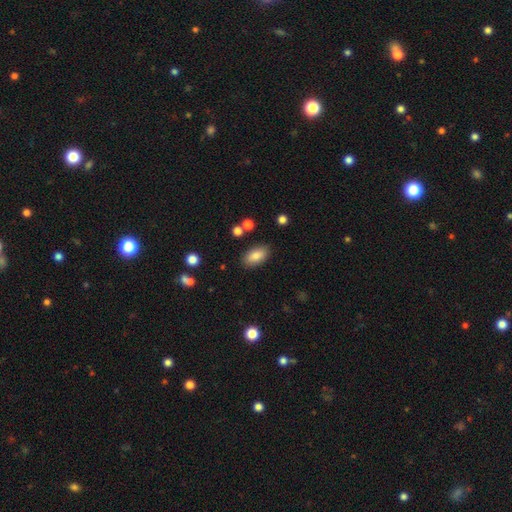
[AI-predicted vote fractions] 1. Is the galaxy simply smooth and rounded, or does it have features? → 83% smooth, 9% featured or disk, 8% star or artifact.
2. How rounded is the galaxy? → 91% in between, 4% cigar-shaped, 4% round.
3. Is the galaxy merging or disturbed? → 85% none, 10% minor disturbance, 3% merger, 3% major disturbance.